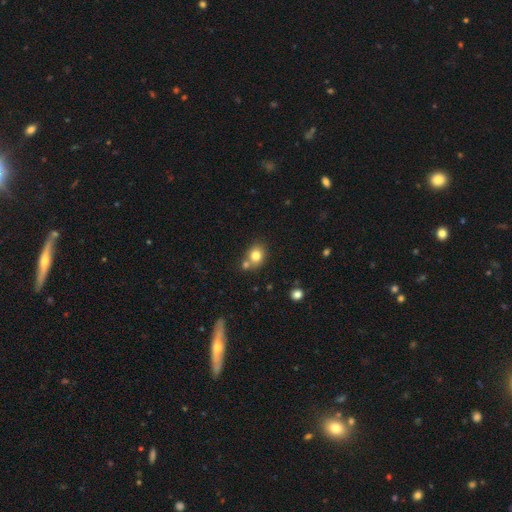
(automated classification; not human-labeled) The model was most divided on "merging": none: 61%, merger: 25%, minor disturbance: 11%, major disturbance: 3%. More confident: smooth or featured — smooth (79%); how rounded — round (68%).